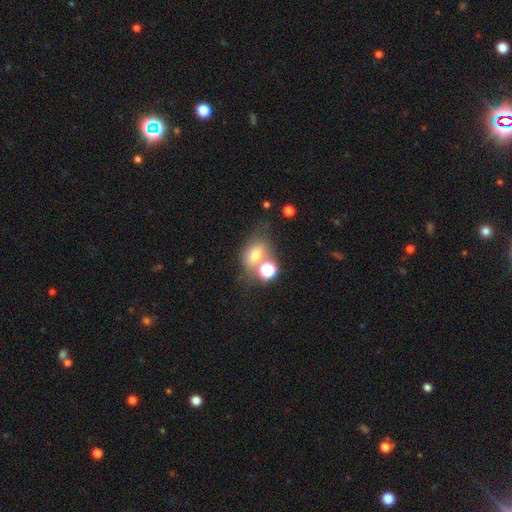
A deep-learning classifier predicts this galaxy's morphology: Smooth or featured?
  - smooth: 67% *
  - featured or disk: 17%
  - star or artifact: 16%
How rounded?
  - in between: 63% *
  - round: 35%
  - cigar-shaped: 2%
Merging?
  - none: 42% *
  - merger: 29%
  - minor disturbance: 17%
  - major disturbance: 11%